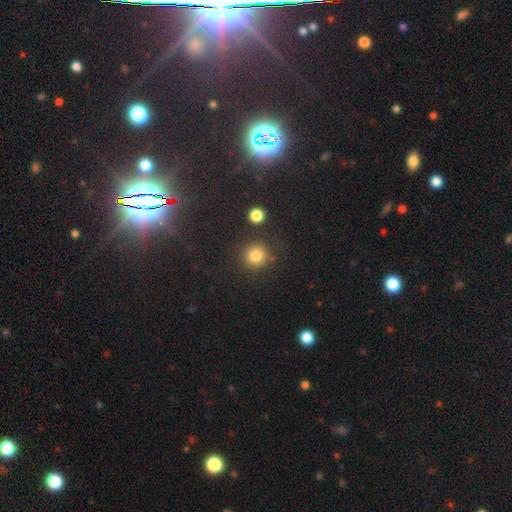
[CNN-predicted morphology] The model was most divided on "smooth or featured": smooth: 82%, star or artifact: 13%, featured or disk: 6%. More confident: how rounded — round (92%); merging — none (82%).